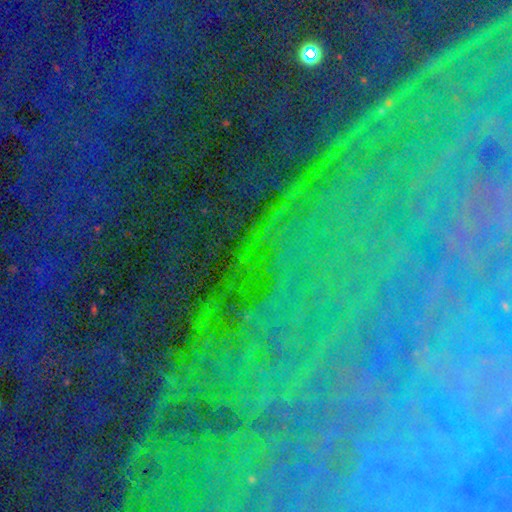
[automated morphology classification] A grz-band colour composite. It shows a star or artifact, not a galaxy (77%).